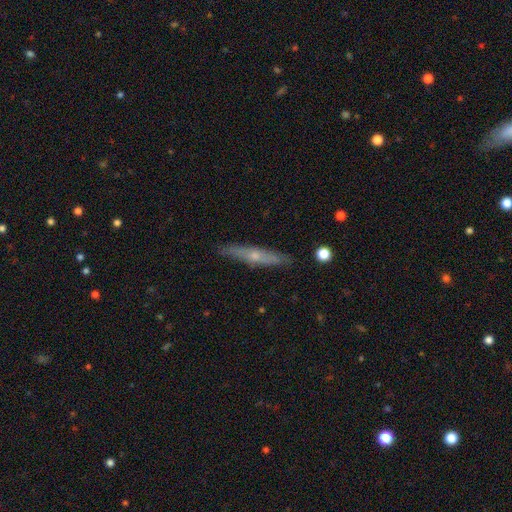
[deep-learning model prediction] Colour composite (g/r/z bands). It shows a featured or disk galaxy (59%) viewed edge-on (90%) with a rounded central bulge (77%). Merging: none (88%).